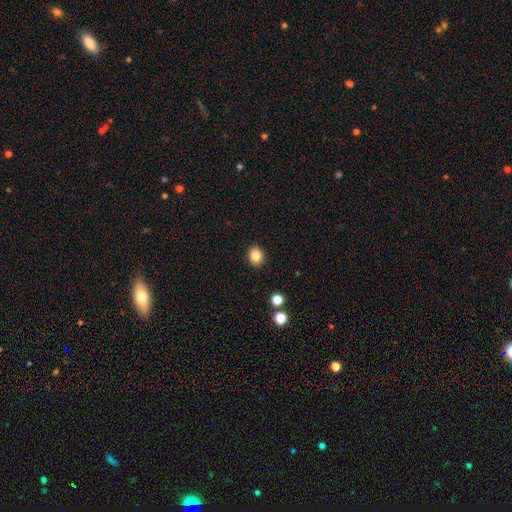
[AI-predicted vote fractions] A smooth galaxy with no disk features (84%) that is round (63%). Merging: none (91%).